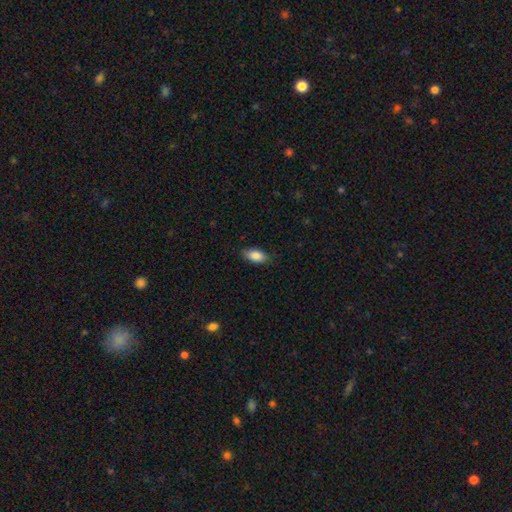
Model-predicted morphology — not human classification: smooth 87%, star or artifact 7%, featured or disk 6%. Down the decision tree: how rounded — in between (90%); merging — none (85%).